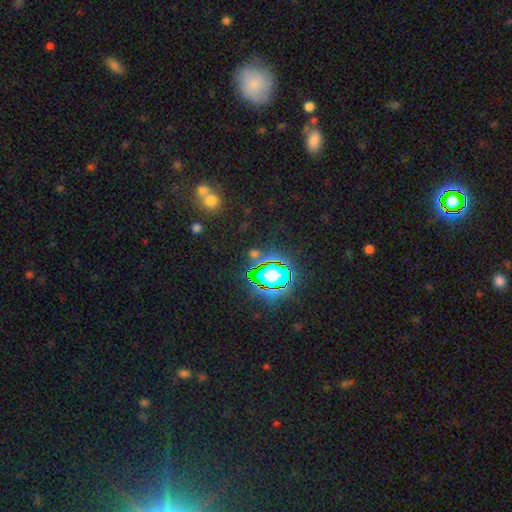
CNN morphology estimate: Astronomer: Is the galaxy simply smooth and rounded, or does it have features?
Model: star or artifact — 66%.